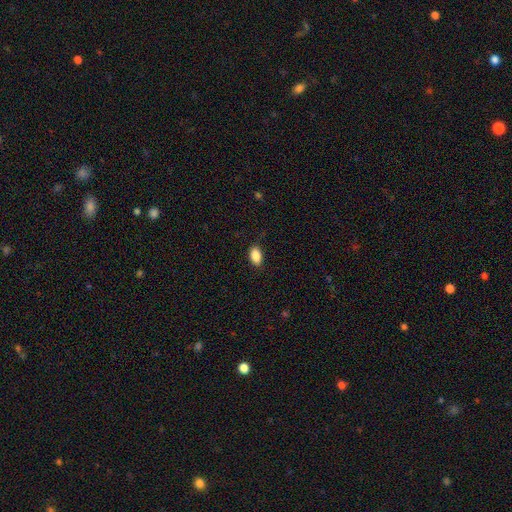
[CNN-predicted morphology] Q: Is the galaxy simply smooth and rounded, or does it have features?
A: smooth — 89%.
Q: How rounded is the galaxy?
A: in between — 91%.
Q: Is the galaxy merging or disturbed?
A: none — 84%.